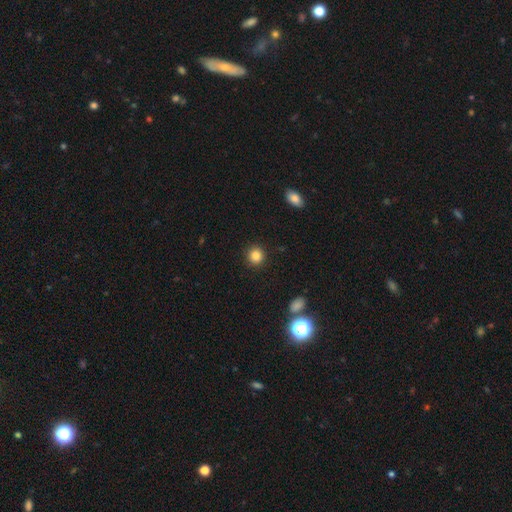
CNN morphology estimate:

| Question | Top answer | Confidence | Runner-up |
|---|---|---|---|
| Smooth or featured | smooth | 85% | star or artifact (11%) |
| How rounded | round | 91% | in between (8%) |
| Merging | none | 91% | minor disturbance (6%) |